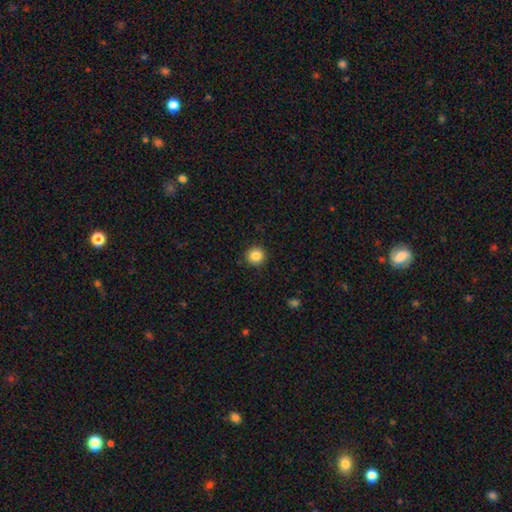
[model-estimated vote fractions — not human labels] A smooth galaxy with no disk features (86%) that is round (94%). Merging: none (92%).